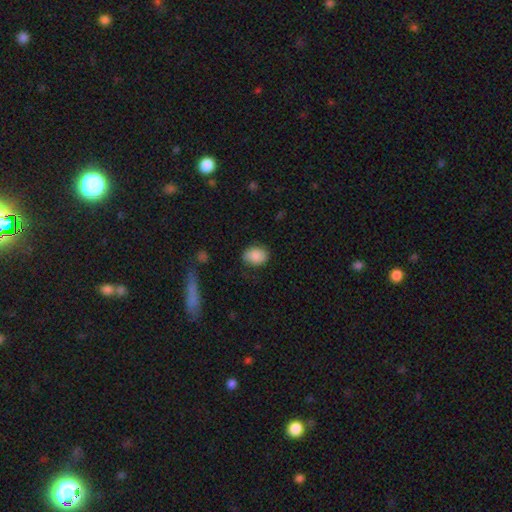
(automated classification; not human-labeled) The model was most divided on "how rounded": in between: 64%, round: 35%, cigar-shaped: 1%. More confident: smooth or featured — smooth (84%); merging — none (74%).